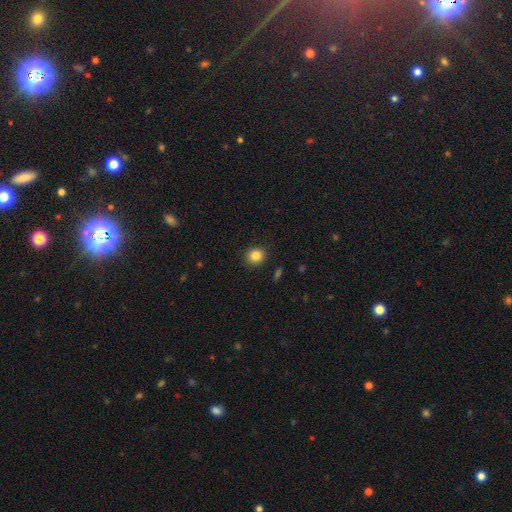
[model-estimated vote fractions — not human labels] This appears to be a smooth galaxy with no disk features (84%) that is round (79%). Merging: none (90%).